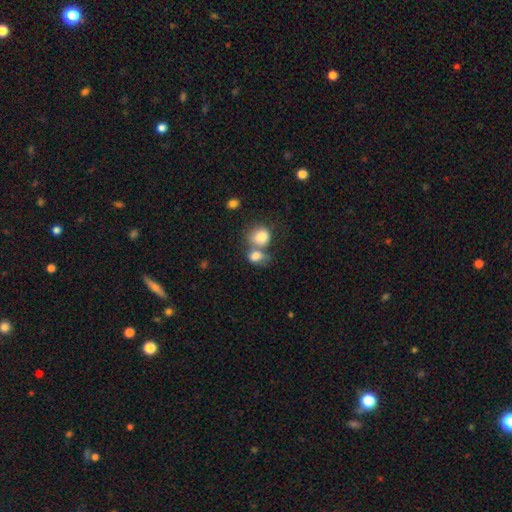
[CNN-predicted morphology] Smooth or featured? Predicted: smooth (p=0.79). How rounded? Predicted: in between (p=0.54). Merging? Predicted: merger (p=0.57).